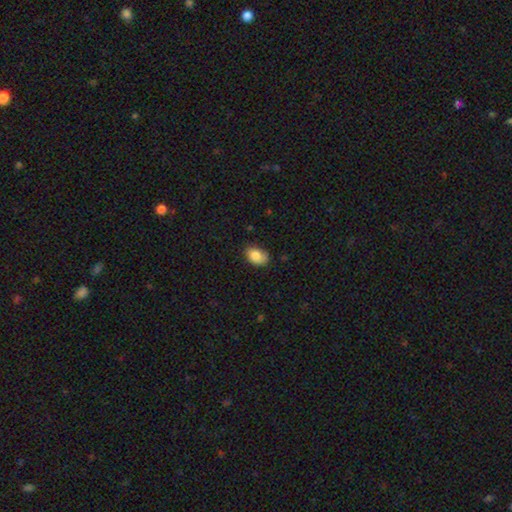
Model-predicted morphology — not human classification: A smooth galaxy with no disk features (85%) that is in between round and cigar-shaped (84%). Merging: none (72%).